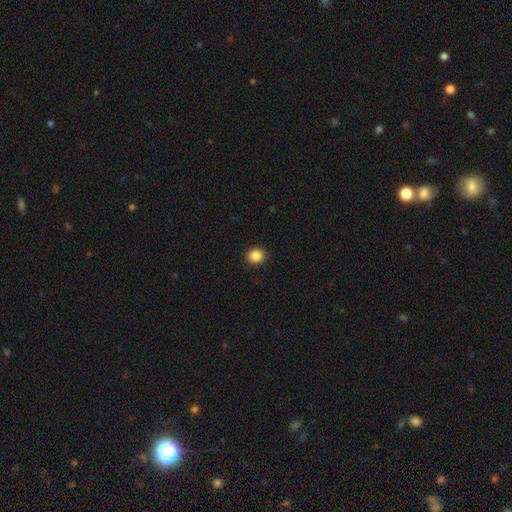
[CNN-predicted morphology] smooth-or-featured: smooth: 87% | star or artifact: 10% | featured or disk: 3%
  how-rounded: round: 80% | in between: 19% | cigar-shaped: 1%
  merging: none: 92% | minor disturbance: 6% | major disturbance: 2% | merger: 1%